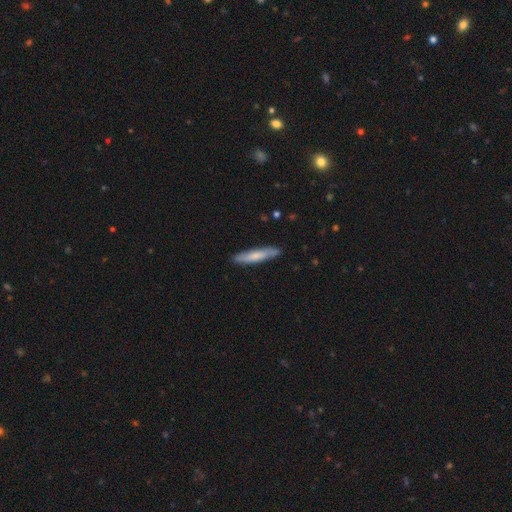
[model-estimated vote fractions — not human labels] Q: Smooth or featured?
A: smooth (68%); runner-up: featured or disk (27%)
Q: How rounded?
A: cigar-shaped (90%); runner-up: in between (9%)
Q: Merging?
A: none (87%); runner-up: minor disturbance (10%)